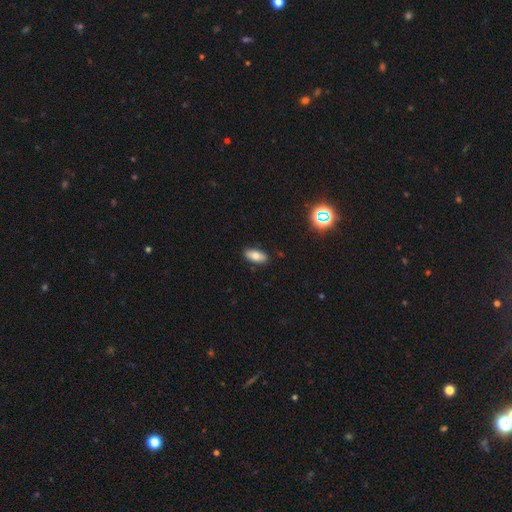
Smooth or featured?
  - smooth: 68% *
  - featured or disk: 24%
  - star or artifact: 8%
How rounded?
  - in between: 100% *
  - round: 0%
  - cigar-shaped: 0%
Merging?
  - none: 94% *
  - minor disturbance: 6%
  - major disturbance: 0%
  - merger: 0%